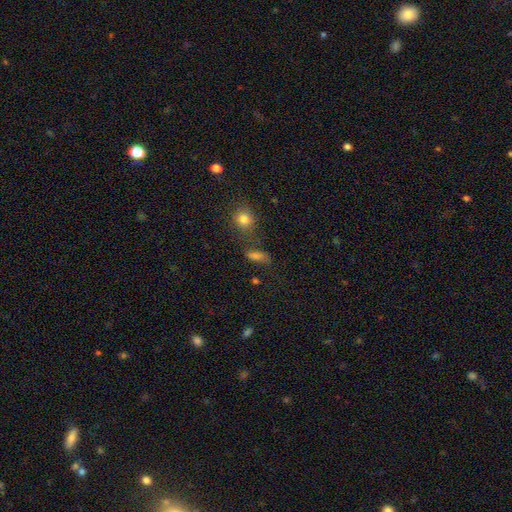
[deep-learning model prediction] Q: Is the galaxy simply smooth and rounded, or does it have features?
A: smooth — 70%.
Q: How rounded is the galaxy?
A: in between — 67%.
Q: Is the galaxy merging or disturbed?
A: none — 56%.